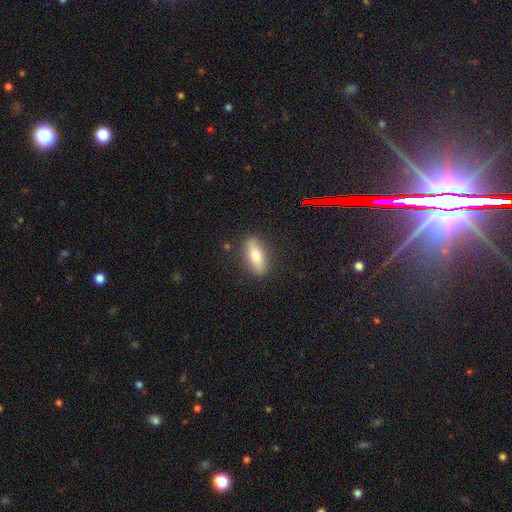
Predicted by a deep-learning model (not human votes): Smooth or featured? smooth (73%)
How rounded? in between (65%)
Merging? none (86%)